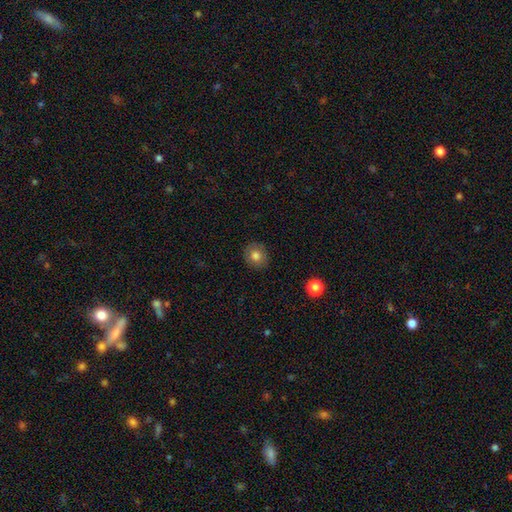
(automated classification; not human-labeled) Overall: smooth (79%). How rounded: round (77%). Merging: none (88%).